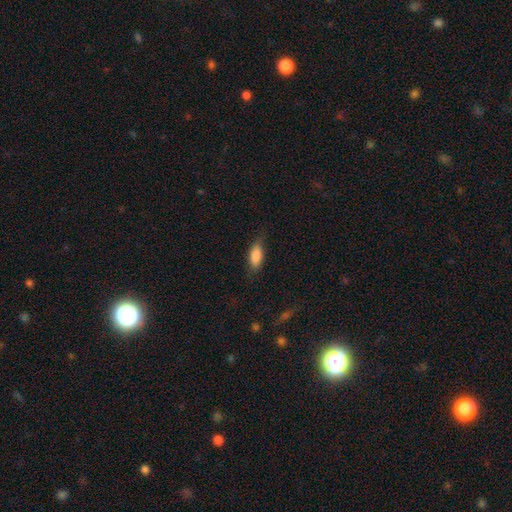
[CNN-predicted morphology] Q: Smooth or featured?
A: smooth (82%); runner-up: featured or disk (11%)
Q: How rounded?
A: in between (81%); runner-up: cigar-shaped (16%)
Q: Merging?
A: none (72%); runner-up: minor disturbance (21%)